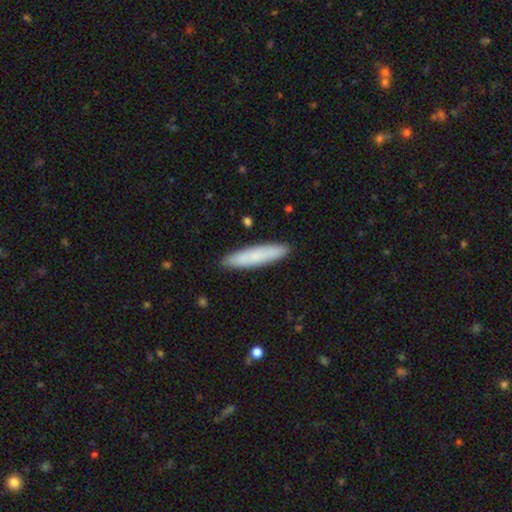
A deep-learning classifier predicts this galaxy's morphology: Q: Smooth or featured?
A: smooth (78%); runner-up: featured or disk (17%)
Q: How rounded?
A: cigar-shaped (83%); runner-up: in between (15%)
Q: Merging?
A: none (90%); runner-up: minor disturbance (8%)